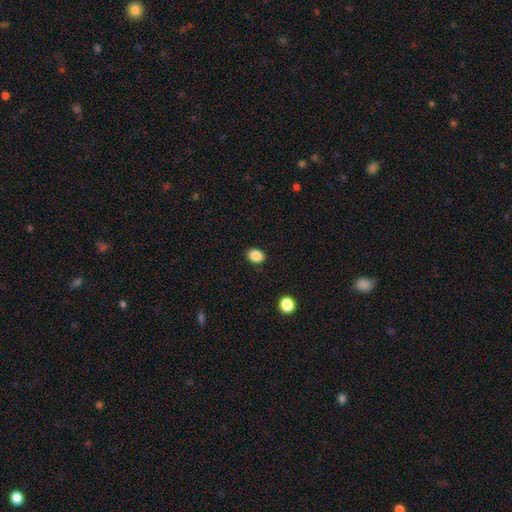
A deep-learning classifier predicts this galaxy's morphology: This is clearly a smooth galaxy (87%). How rounded: possibly in between (57%). Merging: clearly none (89%).